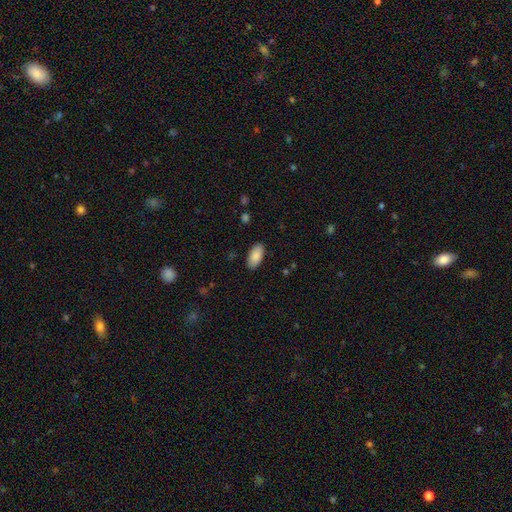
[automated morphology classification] smooth-or-featured: smooth: 88% | star or artifact: 6% | featured or disk: 6%
  how-rounded: in between: 93% | cigar-shaped: 5% | round: 2%
  merging: none: 88% | minor disturbance: 9% | major disturbance: 2% | merger: 1%